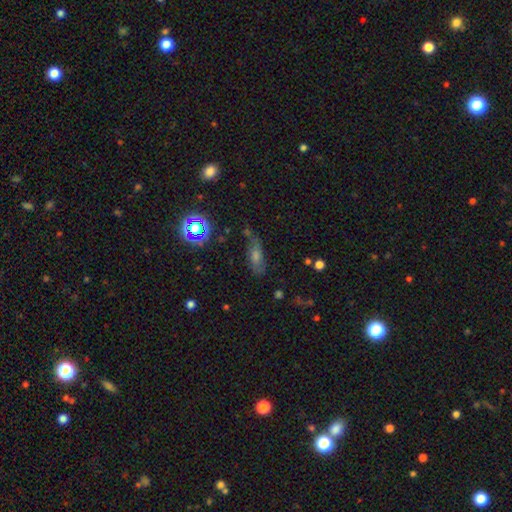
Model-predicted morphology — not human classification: Smooth or featured?
  - smooth: 42% *
  - featured or disk: 31%
  - star or artifact: 28%
Merging?
  - none: 61% *
  - minor disturbance: 24%
  - major disturbance: 10%
  - merger: 5%